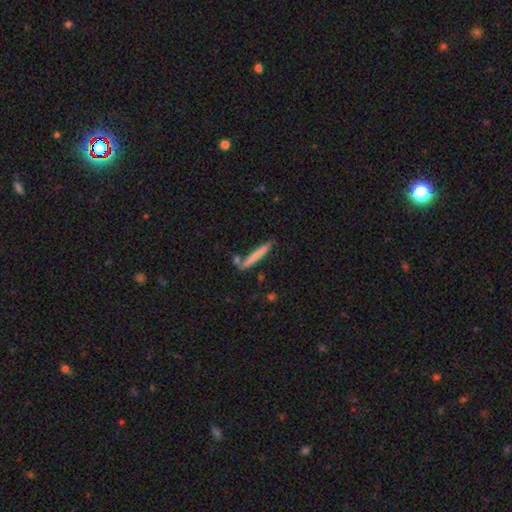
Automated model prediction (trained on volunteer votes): Q: Smooth or featured?
A: smooth (71%); runner-up: featured or disk (23%)
Q: How rounded?
A: cigar-shaped (96%); runner-up: in between (3%)
Q: Merging?
A: none (78%); runner-up: minor disturbance (11%)